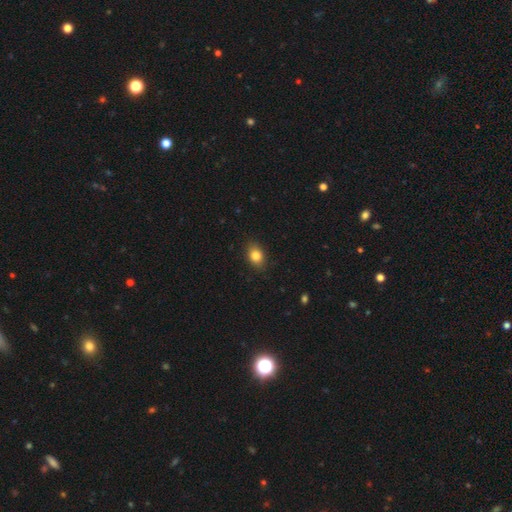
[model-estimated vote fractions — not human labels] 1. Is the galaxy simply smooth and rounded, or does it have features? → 83% smooth, 10% star or artifact, 7% featured or disk.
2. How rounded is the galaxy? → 69% in between, 30% round, 1% cigar-shaped.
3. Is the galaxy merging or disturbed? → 87% none, 10% minor disturbance, 2% major disturbance, 1% merger.